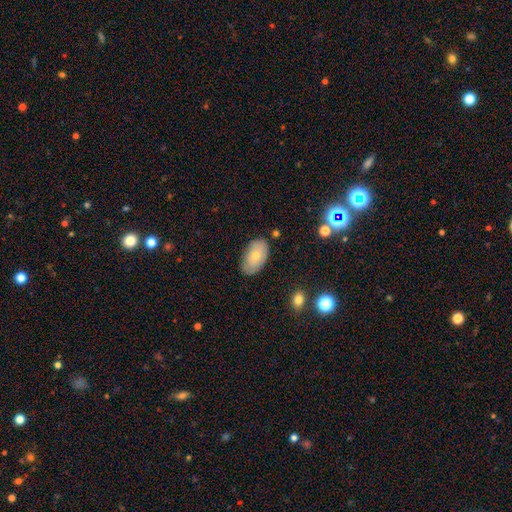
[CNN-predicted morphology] smooth-or-featured: smooth: 72% | featured or disk: 22% | star or artifact: 7%
  how-rounded: in between: 94% | round: 5% | cigar-shaped: 2%
  merging: none: 79% | minor disturbance: 16% | major disturbance: 3% | merger: 2%